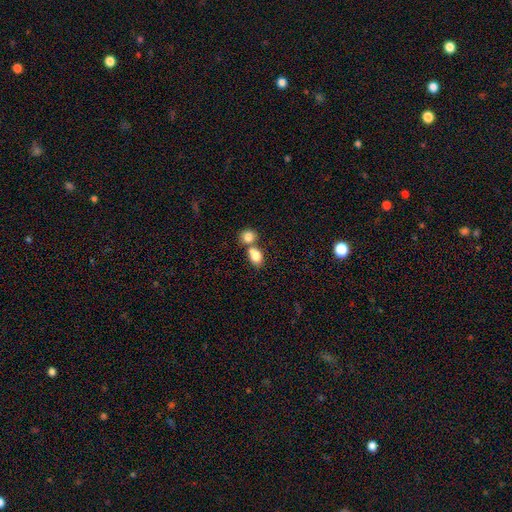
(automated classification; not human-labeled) smooth 82%, featured or disk 10%, star or artifact 8%. Down the decision tree: how rounded — in between (68%); merging — merger (53%).